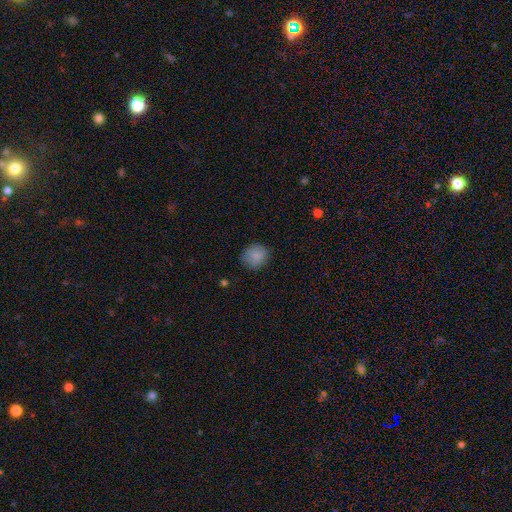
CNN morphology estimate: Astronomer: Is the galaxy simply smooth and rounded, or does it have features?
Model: smooth — 85%.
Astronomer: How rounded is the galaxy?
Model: round — 82%.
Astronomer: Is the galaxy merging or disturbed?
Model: none — 82%.